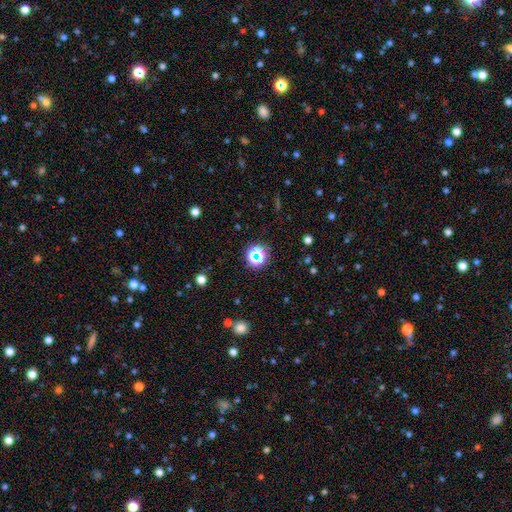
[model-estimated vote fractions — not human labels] smooth_or_featured: star or artifact (p=0.59) [alt: smooth p=0.31]